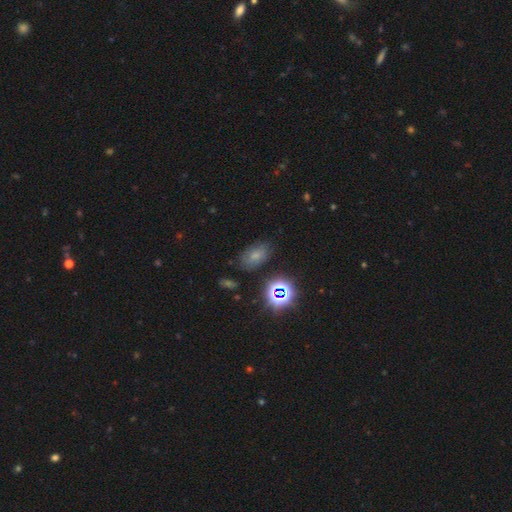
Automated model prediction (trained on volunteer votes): A smooth galaxy with no disk features (63%) that is in between round and cigar-shaped (87%). Merging: none (76%).